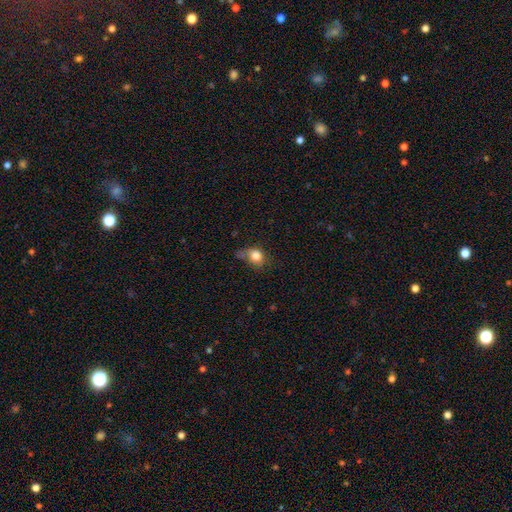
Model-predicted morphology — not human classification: A smooth galaxy with no disk features (82%) that is round (56%).

Vote fractions:
- Smooth or featured? smooth: 82% / star or artifact: 10% / featured or disk: 8%
- How rounded? round: 56% / in between: 43% / cigar-shaped: 1%
- Merging? none: 47% / minor disturbance: 32% / major disturbance: 13% / merger: 8%